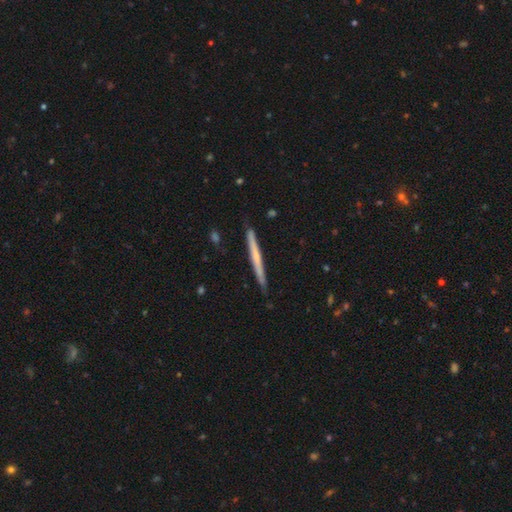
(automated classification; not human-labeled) Morphology: type=featured or disk (52%); edge-on=yes (97%); edge-on bulge=none (66%); merging=none (88%).